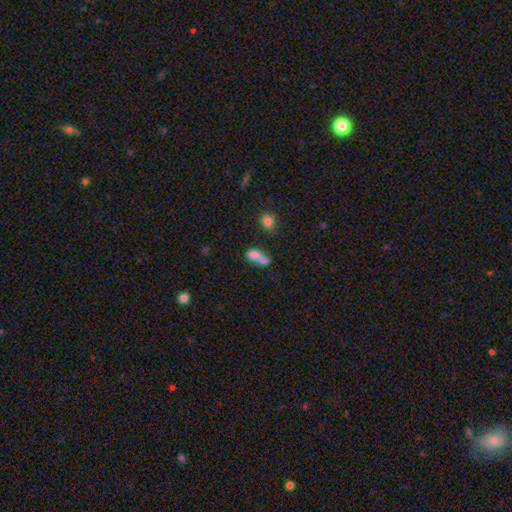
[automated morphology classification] The model was most divided on "how rounded": in between: 62%, round: 30%, cigar-shaped: 8%. More confident: smooth or featured — smooth (71%); merging — merger (63%).